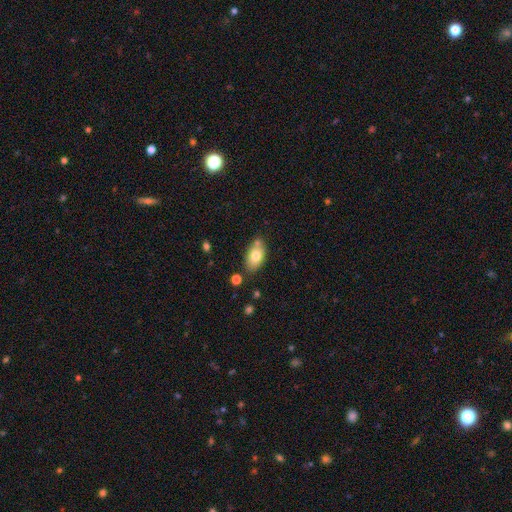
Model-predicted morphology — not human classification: This is likely a smooth galaxy (76%). How rounded: clearly in between (91%). Merging: likely none (70%).